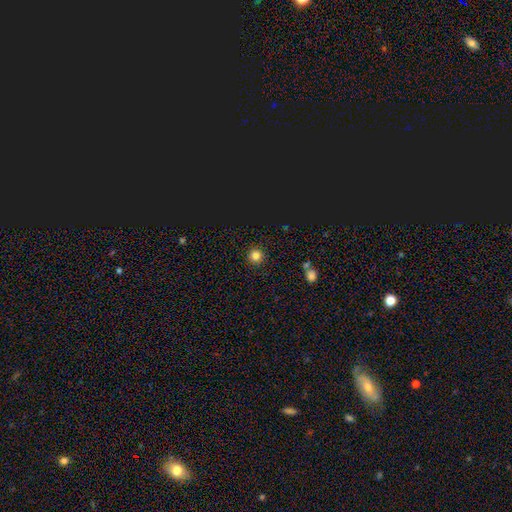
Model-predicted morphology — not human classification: Smooth or featured? smooth (80%)
How rounded? round (95%)
Merging? none (91%)